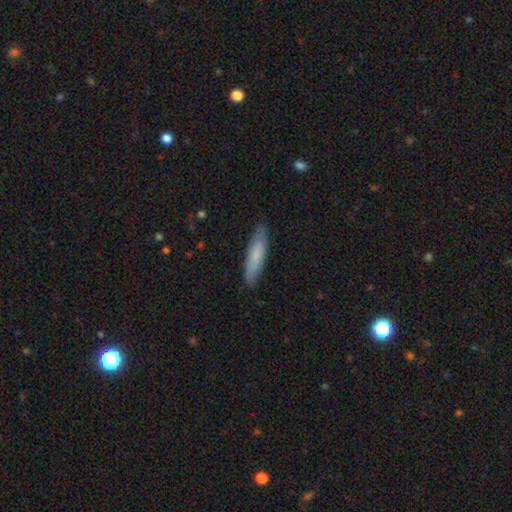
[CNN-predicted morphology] Smooth or featured: smooth — 75% (featured or disk — 20%)
How rounded: cigar-shaped — 78% (in between — 20%)
Merging: none — 85% (minor disturbance — 12%)